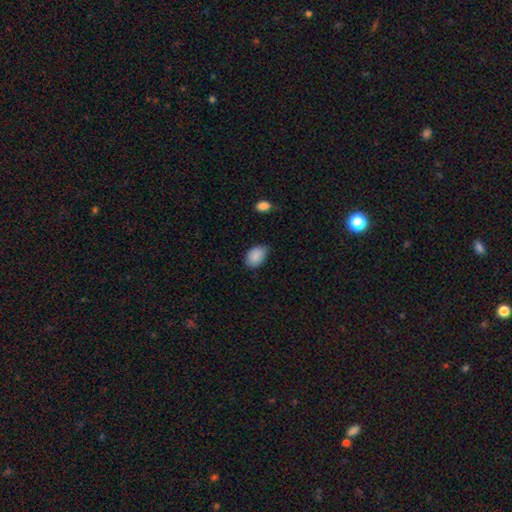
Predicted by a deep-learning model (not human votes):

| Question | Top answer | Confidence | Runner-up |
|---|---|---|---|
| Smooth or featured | smooth | 88% | star or artifact (7%) |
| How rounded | in between | 85% | round (13%) |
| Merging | none | 64% | minor disturbance (30%) |